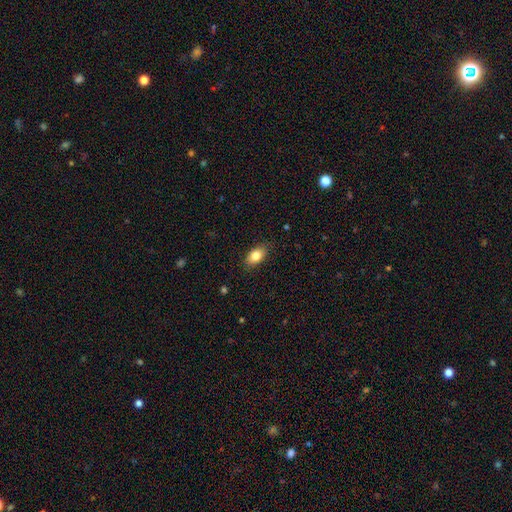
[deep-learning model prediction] Smooth or featured?
  - smooth: 82% *
  - featured or disk: 10%
  - star or artifact: 8%
How rounded?
  - in between: 88% *
  - round: 8%
  - cigar-shaped: 4%
Merging?
  - none: 85% *
  - minor disturbance: 12%
  - major disturbance: 2%
  - merger: 1%